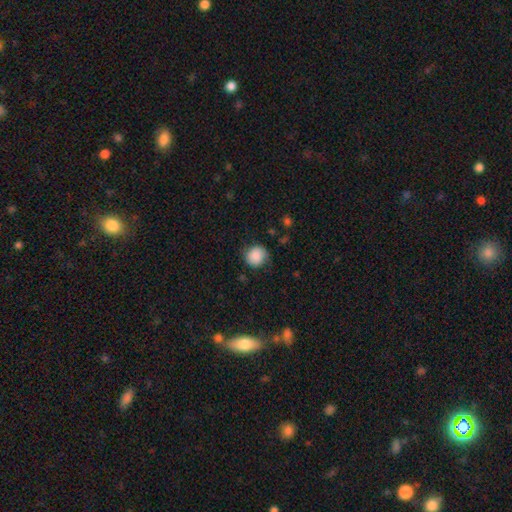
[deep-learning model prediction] A smooth galaxy with no disk features (86%) that is round (87%). Merging: none (76%).